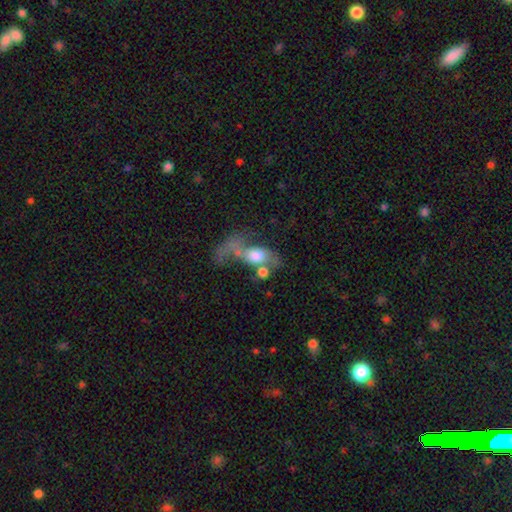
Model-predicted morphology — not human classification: smooth 49%, featured or disk 42%, star or artifact 10%. Down the decision tree: merging — merger (40%).